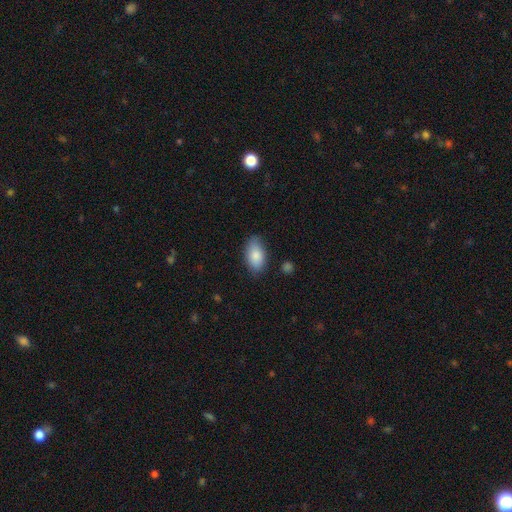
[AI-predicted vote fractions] This appears to be a smooth galaxy with no disk features (85%) that is in between round and cigar-shaped (93%). Merging: none (78%).